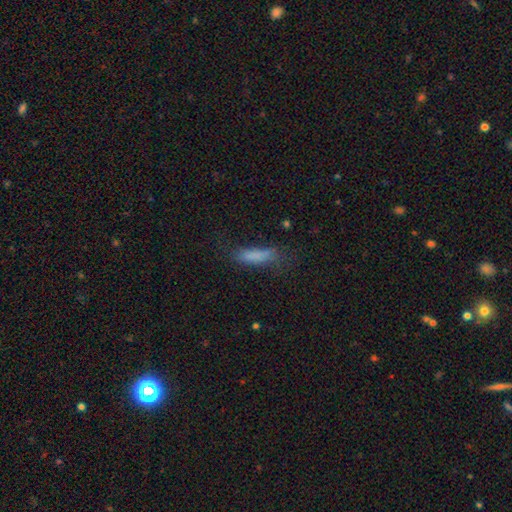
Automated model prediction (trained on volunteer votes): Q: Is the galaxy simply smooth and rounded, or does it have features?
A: smooth — 76%.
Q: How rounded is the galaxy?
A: cigar-shaped — 65%.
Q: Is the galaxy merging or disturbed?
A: none — 54%.